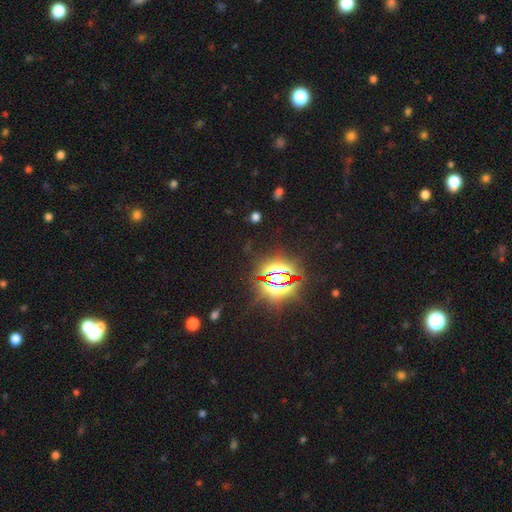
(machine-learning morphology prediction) Smooth or featured?
  - star or artifact: 81% *
  - smooth: 12%
  - featured or disk: 7%